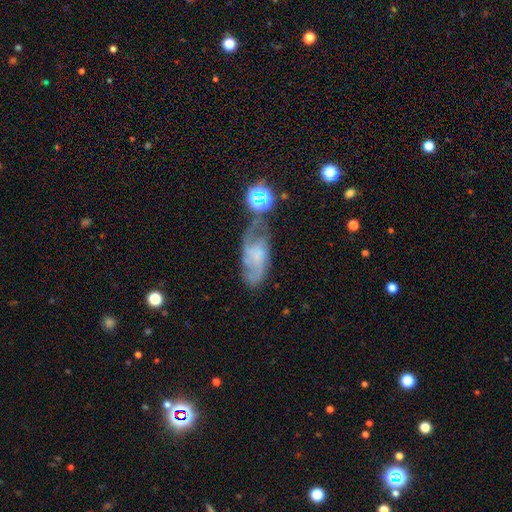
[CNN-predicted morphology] This is likely a featured or disk galaxy (63%). It is clearly not viewed edge-on (93%). Bar: likely no (65%). Spiral arm pattern: clearly yes (84%). Central bulge: possibly none (45%). Merging: possibly none (48%).